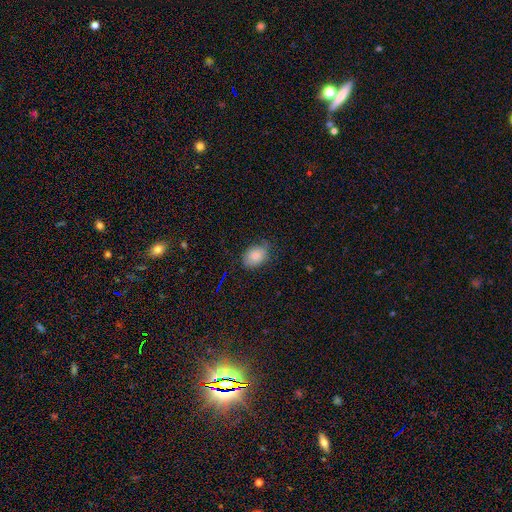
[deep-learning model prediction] Morphology: type=smooth (83%); roundness=in between (72%); merging=none (70%).